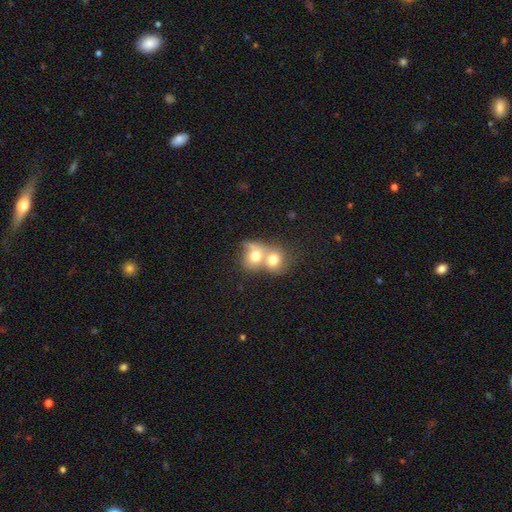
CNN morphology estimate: Smooth or featured? Predicted: smooth (p=0.69). How rounded? Predicted: round (p=0.62). Merging? Predicted: merger (p=0.77).